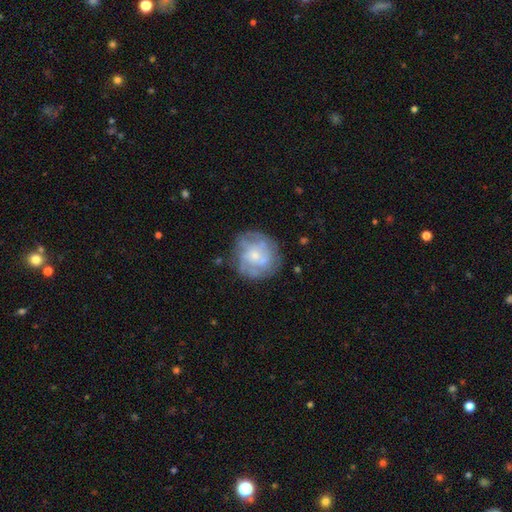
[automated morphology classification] A featured or disk galaxy (67%) with no bar (74%), spiral arms (76%) and a small central bulge (62%). Merging: none (71%).